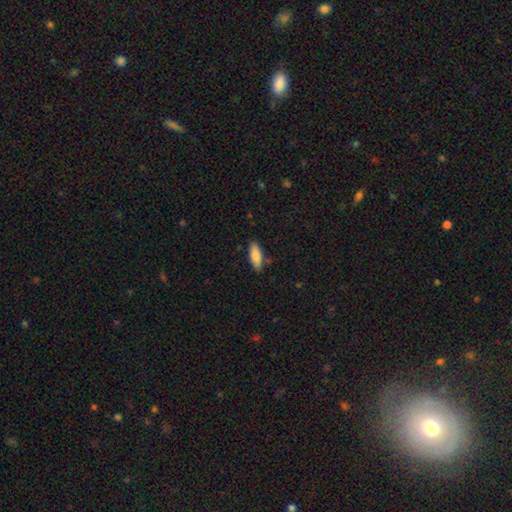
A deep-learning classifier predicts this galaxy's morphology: Smooth or featured: smooth — 84% (featured or disk — 10%)
How rounded: in between — 69% (cigar-shaped — 29%)
Merging: none — 83% (minor disturbance — 12%)